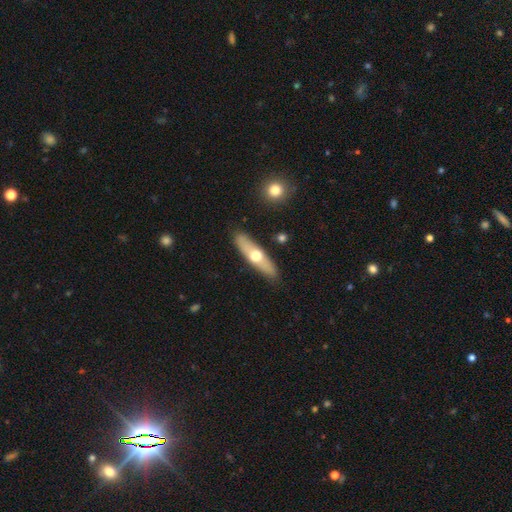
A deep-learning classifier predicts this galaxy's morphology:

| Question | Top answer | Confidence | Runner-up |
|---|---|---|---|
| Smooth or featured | smooth | 49% | featured or disk (46%) |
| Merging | none | 87% | minor disturbance (9%) |